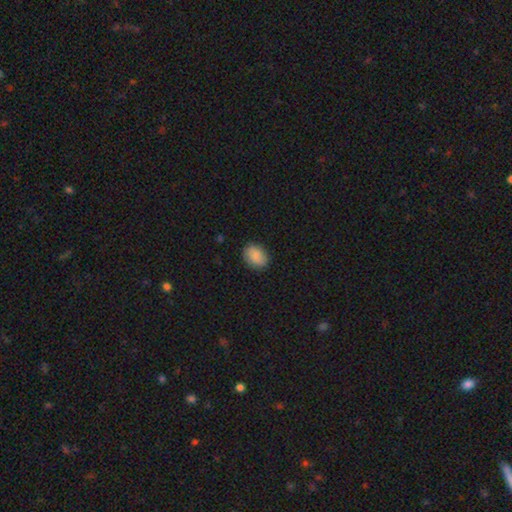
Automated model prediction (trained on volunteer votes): A smooth galaxy with no disk features (85%) that is in between round and cigar-shaped (68%). Merging: none (85%).